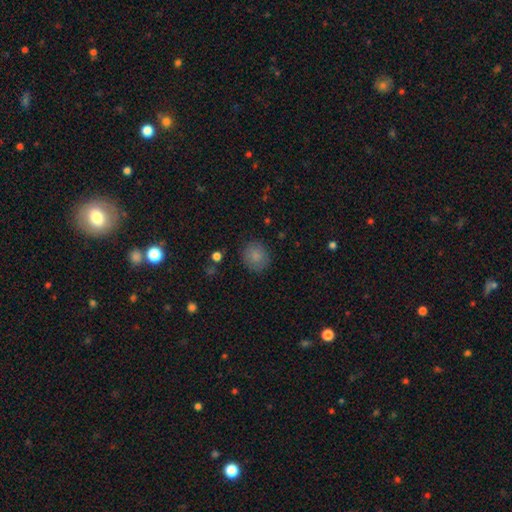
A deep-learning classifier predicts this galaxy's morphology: This is clearly a smooth galaxy (85%). How rounded: clearly round (85%). Merging: clearly none (86%).